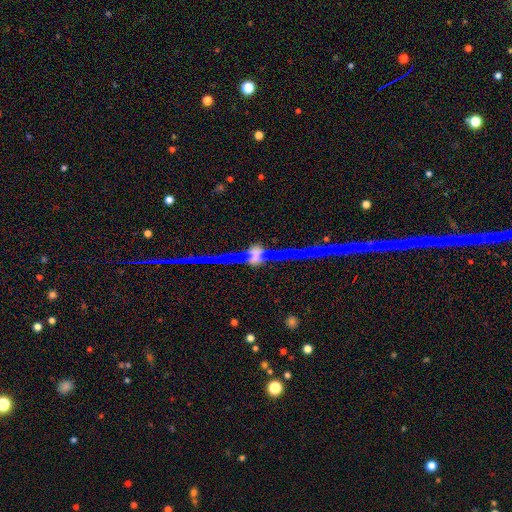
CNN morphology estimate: This is possibly a star or artifact rather than a galaxy (56%).